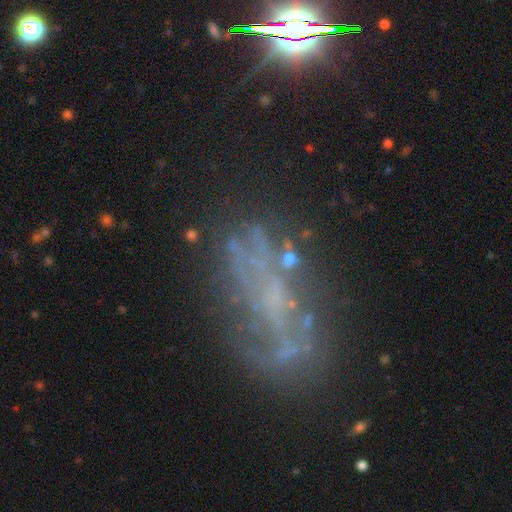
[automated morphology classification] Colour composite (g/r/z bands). It shows a featured or disk galaxy (62%) with no bar (72%), no spiral arms (61%) and no central bulge (65%). Merging: none (51%).